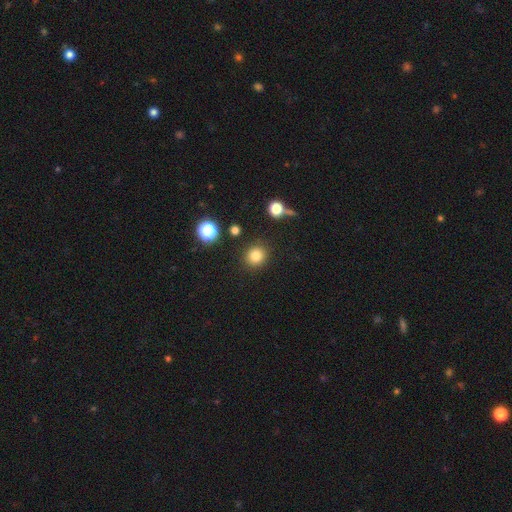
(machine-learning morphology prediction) This appears to be a smooth galaxy with no disk features (81%) that is round (87%). Merging: none (87%).